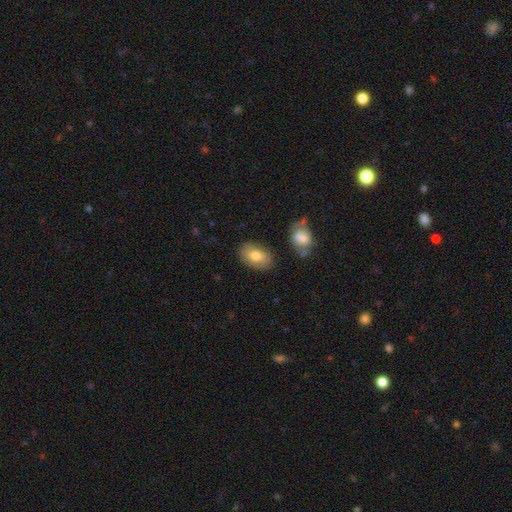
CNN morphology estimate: Q: Smooth or featured?
A: smooth (75%); runner-up: featured or disk (18%)
Q: How rounded?
A: in between (89%); runner-up: round (10%)
Q: Merging?
A: none (81%); runner-up: minor disturbance (12%)